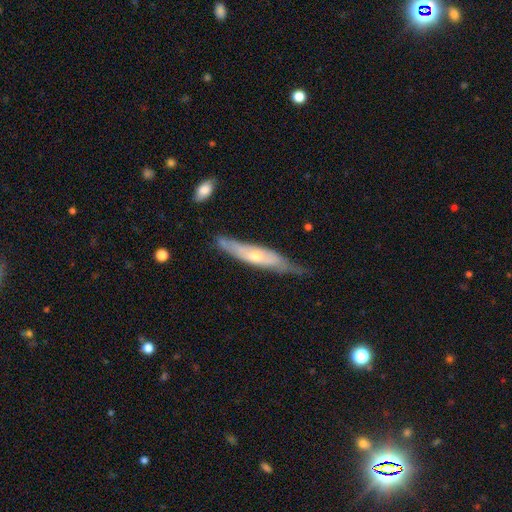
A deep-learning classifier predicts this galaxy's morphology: Smooth or featured? Predicted: featured or disk (p=0.64). Edge-on disk? Predicted: yes (p=0.65). Merging? Predicted: none (p=0.62).